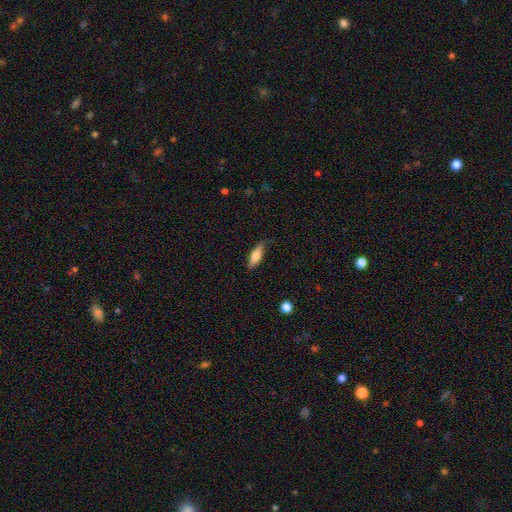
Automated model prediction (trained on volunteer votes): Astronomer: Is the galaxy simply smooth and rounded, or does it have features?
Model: smooth — 75%.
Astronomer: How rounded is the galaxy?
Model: in between — 55% (runner-up: cigar-shaped, 43%).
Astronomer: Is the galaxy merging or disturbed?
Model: none — 77%.